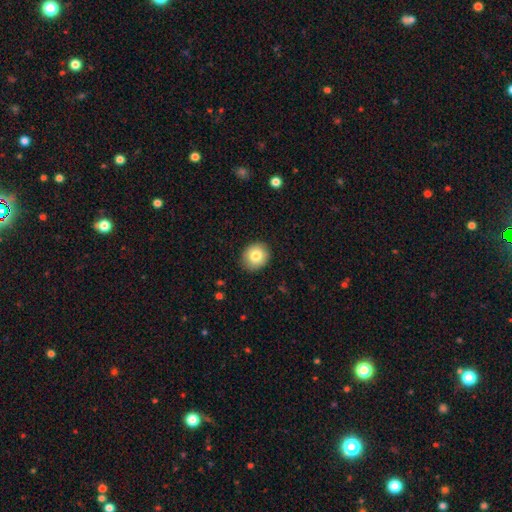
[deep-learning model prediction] Overall: smooth (81%). How rounded: round (71%). Merging: none (89%).